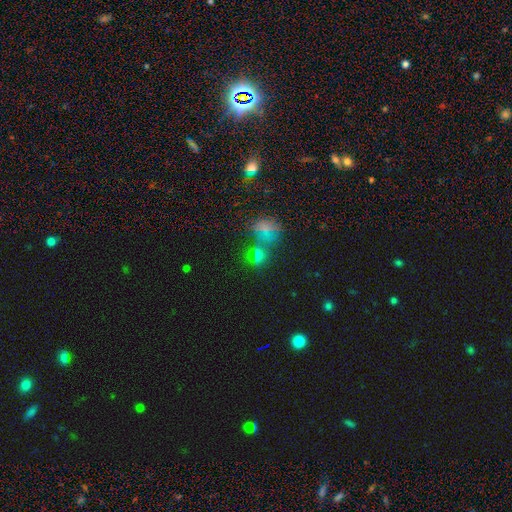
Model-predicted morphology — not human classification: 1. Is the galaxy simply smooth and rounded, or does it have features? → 44% smooth, 42% star or artifact, 14% featured or disk.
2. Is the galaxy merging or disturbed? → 52% none, 32% merger, 10% minor disturbance, 6% major disturbance.